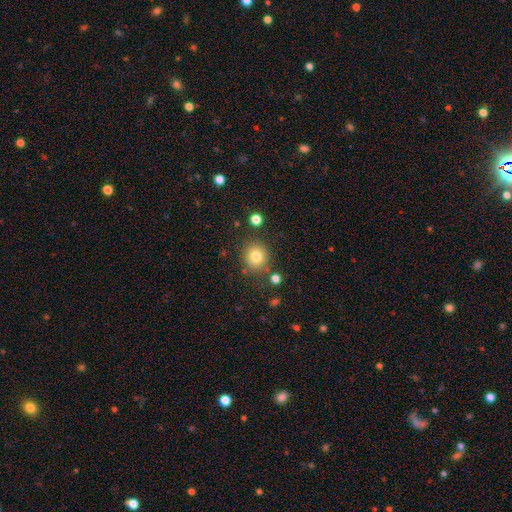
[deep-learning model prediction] Overall: smooth (80%). How rounded: round (86%). Merging: none (82%).